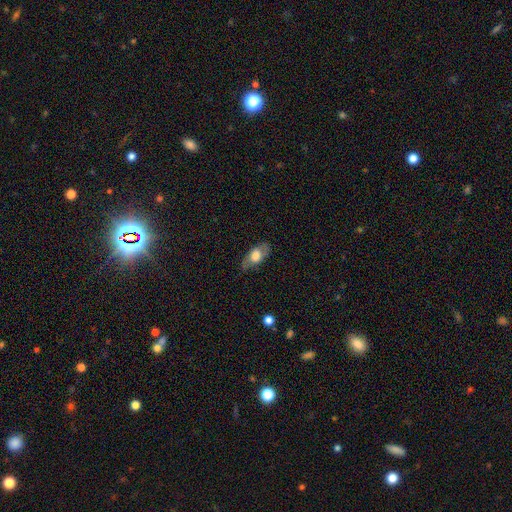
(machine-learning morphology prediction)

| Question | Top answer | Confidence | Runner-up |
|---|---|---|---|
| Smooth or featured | smooth | 58% | featured or disk (35%) |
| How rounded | in between | 85% | cigar-shaped (9%) |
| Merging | none | 73% | minor disturbance (20%) |